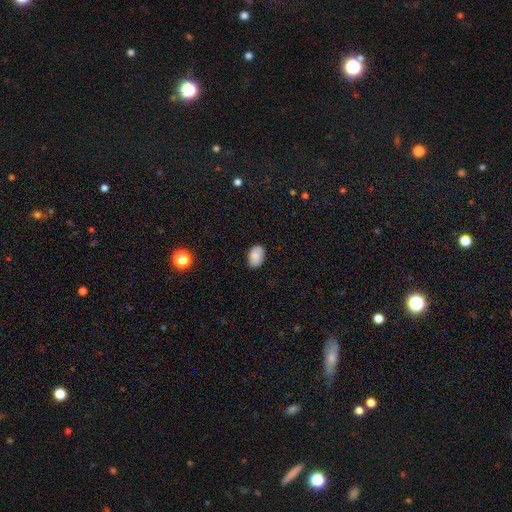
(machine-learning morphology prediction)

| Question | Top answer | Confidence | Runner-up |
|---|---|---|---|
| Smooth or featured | smooth | 87% | star or artifact (8%) |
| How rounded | in between | 87% | round (12%) |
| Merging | none | 86% | minor disturbance (11%) |